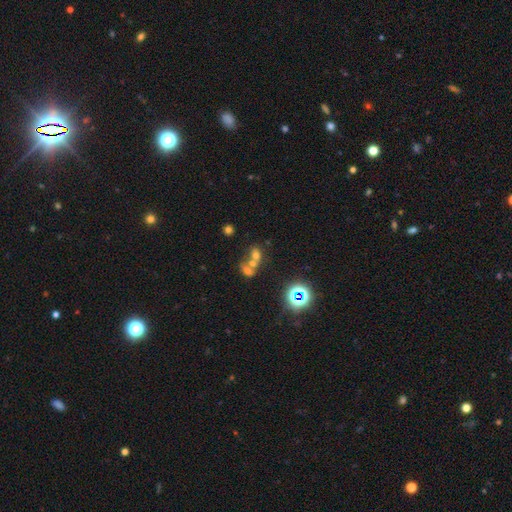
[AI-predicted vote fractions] This appears to be a smooth galaxy with no disk features (52%) that is in between round and cigar-shaped (50%). Merging: merger (62%).